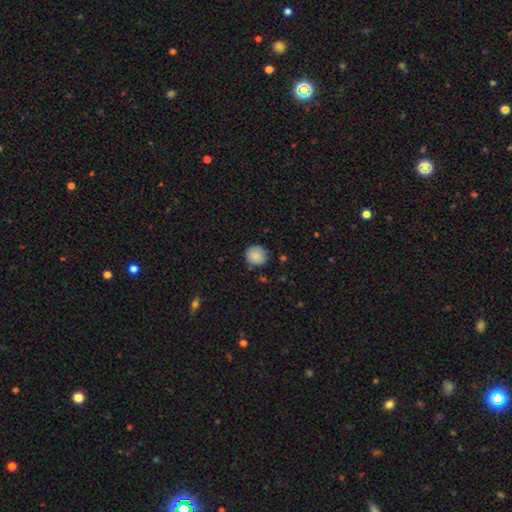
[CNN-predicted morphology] smooth-or-featured: smooth: 86% | star or artifact: 8% | featured or disk: 6%
  how-rounded: round: 89% | in between: 10% | cigar-shaped: 1%
  merging: none: 81% | minor disturbance: 14% | major disturbance: 3% | merger: 2%